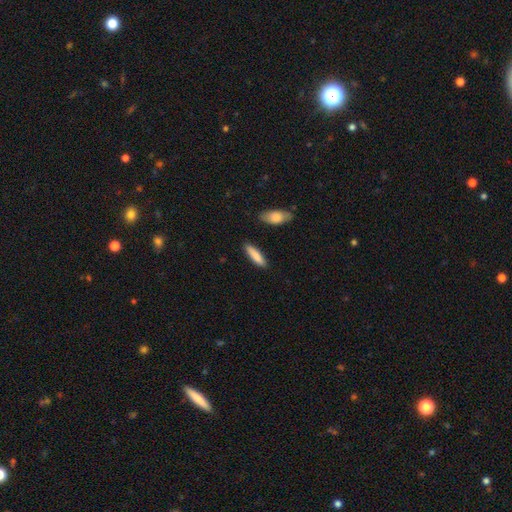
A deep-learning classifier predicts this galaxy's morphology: Q: Smooth or featured?
A: smooth (84%); runner-up: featured or disk (11%)
Q: How rounded?
A: cigar-shaped (70%); runner-up: in between (29%)
Q: Merging?
A: none (86%); runner-up: minor disturbance (10%)